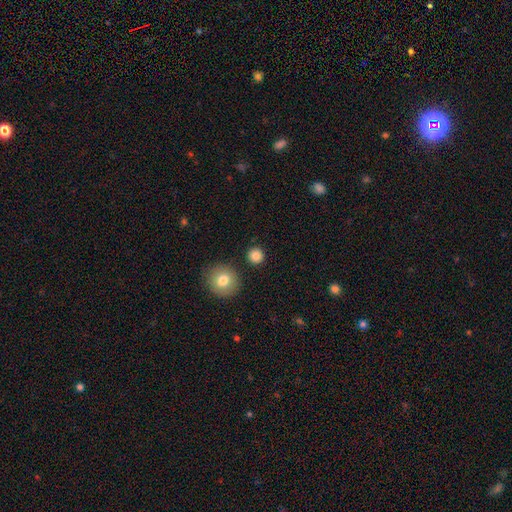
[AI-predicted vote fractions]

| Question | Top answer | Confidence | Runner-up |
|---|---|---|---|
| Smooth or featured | smooth | 84% | star or artifact (11%) |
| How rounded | round | 94% | in between (5%) |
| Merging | none | 90% | minor disturbance (5%) |